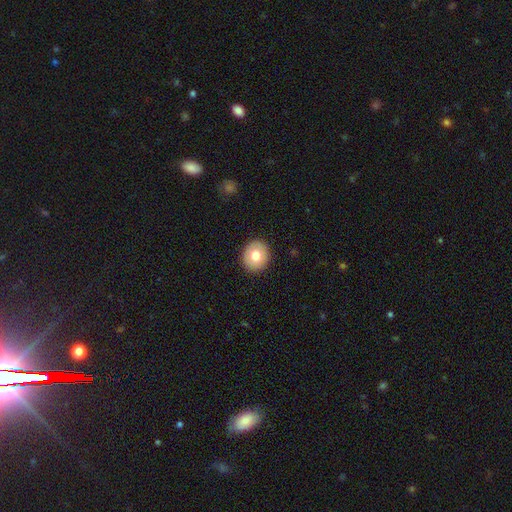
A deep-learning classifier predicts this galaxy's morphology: Smooth or featured? smooth (75%)
How rounded? round (84%)
Merging? none (91%)